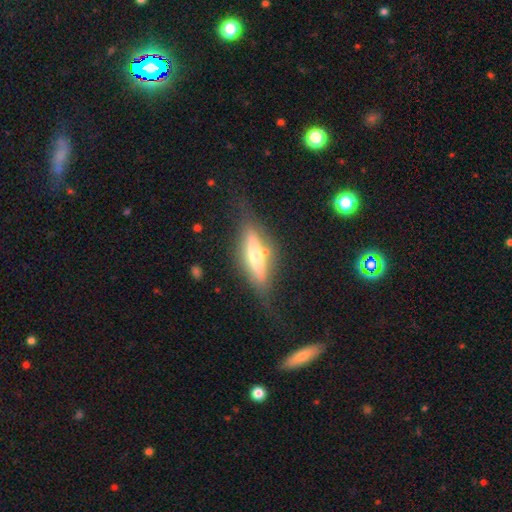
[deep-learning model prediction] Morphology: type=featured or disk (63%); edge-on=yes (88%); edge-on bulge=rounded (84%); merging=none (69%).